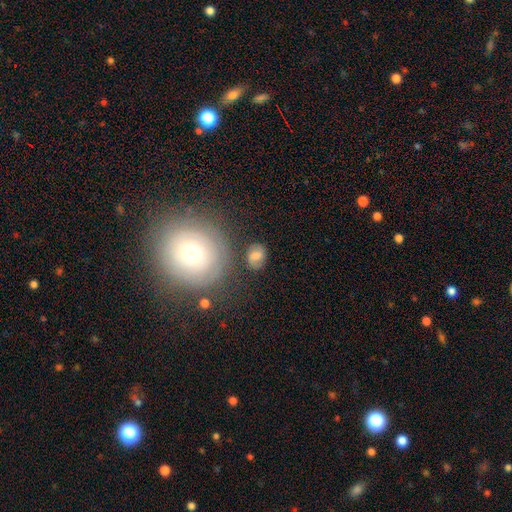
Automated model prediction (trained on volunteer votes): smooth-or-featured: smooth: 60% | featured or disk: 30% | star or artifact: 10%
  how-rounded: in between: 56% | round: 42% | cigar-shaped: 2%
  merging: none: 71% | minor disturbance: 16% | merger: 7% | major disturbance: 6%